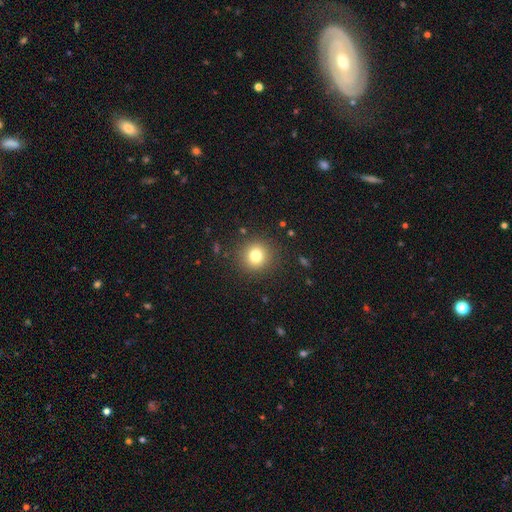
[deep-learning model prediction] This is likely a smooth galaxy (78%). How rounded: clearly round (92%). Merging: clearly none (89%).